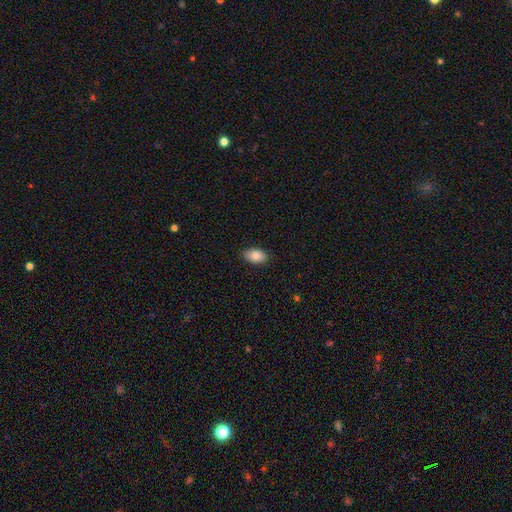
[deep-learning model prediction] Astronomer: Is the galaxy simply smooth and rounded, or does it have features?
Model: smooth — 82%.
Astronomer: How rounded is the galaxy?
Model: in between — 92%.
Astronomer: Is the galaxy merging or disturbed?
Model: none — 87%.